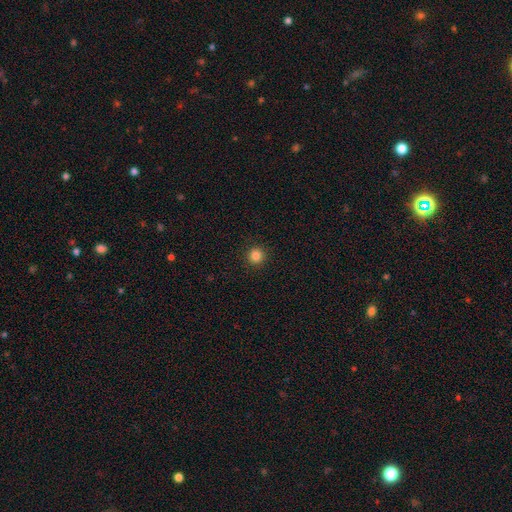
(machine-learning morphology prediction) smooth-or-featured: smooth: 83% | star or artifact: 12% | featured or disk: 4%
  how-rounded: round: 95% | in between: 4% | cigar-shaped: 1%
  merging: none: 93% | minor disturbance: 5% | major disturbance: 2% | merger: 1%